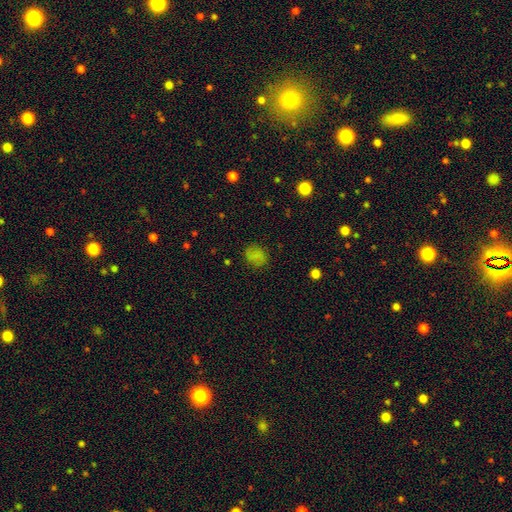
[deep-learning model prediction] Q: Smooth or featured?
A: smooth (75%); runner-up: star or artifact (16%)
Q: How rounded?
A: round (59%); runner-up: in between (40%)
Q: Merging?
A: none (79%); runner-up: minor disturbance (15%)